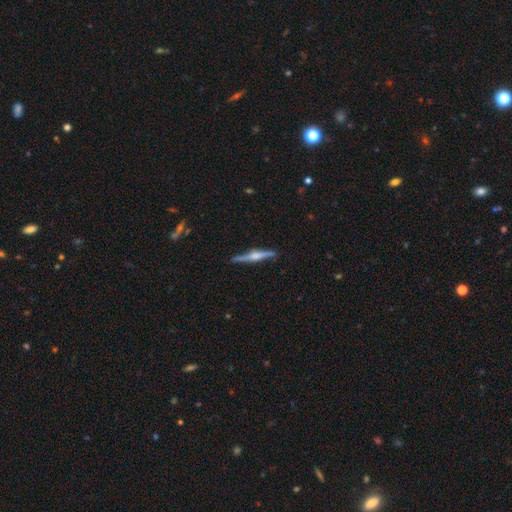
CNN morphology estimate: smooth-or-featured: featured or disk: 76% | smooth: 19% | star or artifact: 5%
  disk-edge-on: yes: 98% | no: 2%
    edge-on-bulge: rounded: 78% | boxy: 16% | none: 6%
  merging: none: 87% | minor disturbance: 10% | major disturbance: 2% | merger: 1%